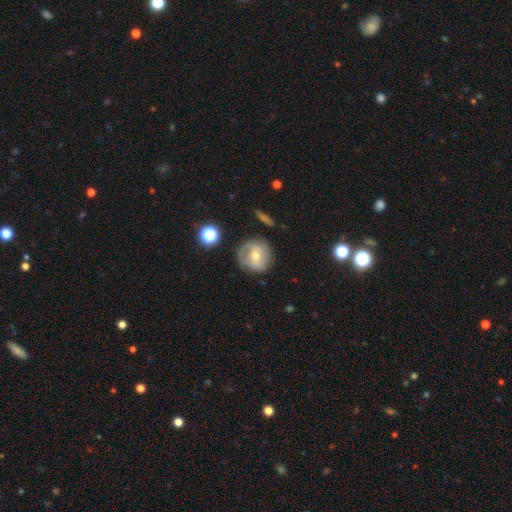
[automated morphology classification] Smooth or featured? featured or disk (60%)
Edge-on disk? no (96%)
Bar? no (44%)
Spiral arms? yes (74%)
Bulge size? moderate (49%)
Merging? none (72%)